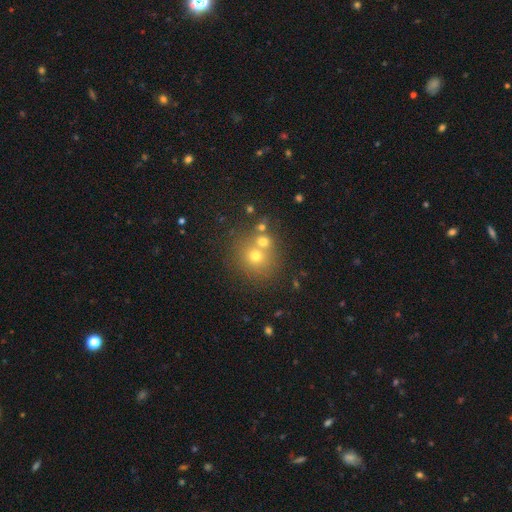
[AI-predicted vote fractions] smooth-or-featured: smooth: 61% | star or artifact: 23% | featured or disk: 17%
  how-rounded: round: 87% | in between: 12% | cigar-shaped: 1%
  merging: none: 58% | merger: 31% | minor disturbance: 8% | major disturbance: 4%